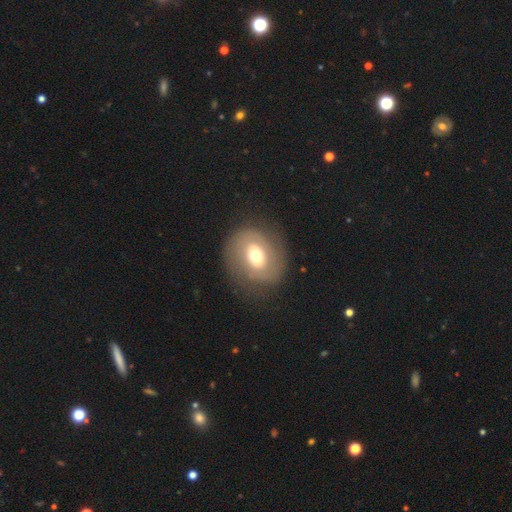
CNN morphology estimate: Smooth or featured?
  - featured or disk: 47% *
  - smooth: 45%
  - star or artifact: 8%
Merging?
  - none: 76% *
  - minor disturbance: 14%
  - major disturbance: 9%
  - merger: 1%